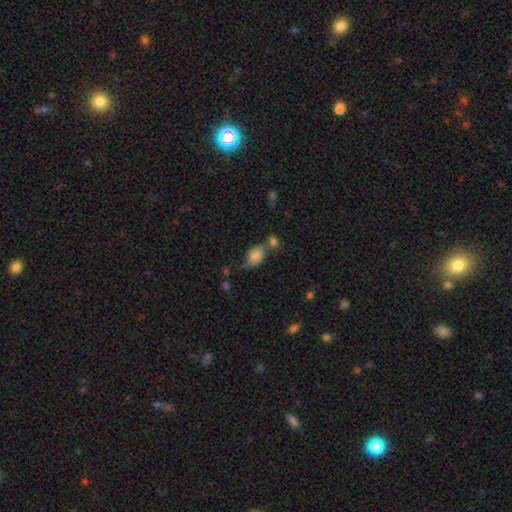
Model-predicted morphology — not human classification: Smooth or featured?
  - smooth: 57% *
  - featured or disk: 33%
  - star or artifact: 10%
How rounded?
  - in between: 72% *
  - round: 27%
  - cigar-shaped: 2%
Merging?
  - none: 39% *
  - merger: 27%
  - minor disturbance: 23%
  - major disturbance: 12%